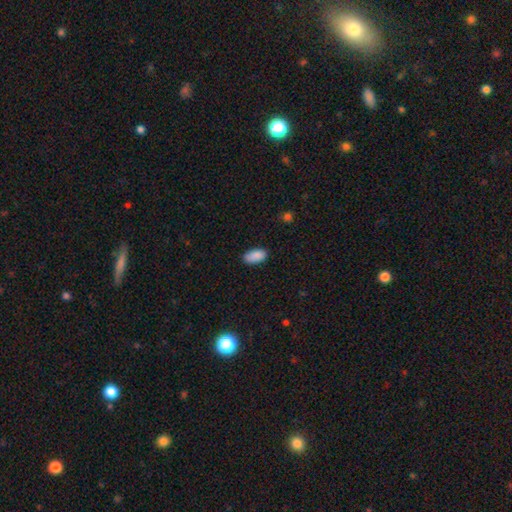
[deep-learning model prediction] Smooth or featured?
  - smooth: 89% *
  - star or artifact: 7%
  - featured or disk: 4%
How rounded?
  - in between: 94% *
  - cigar-shaped: 3%
  - round: 3%
Merging?
  - none: 84% *
  - minor disturbance: 12%
  - major disturbance: 2%
  - merger: 1%